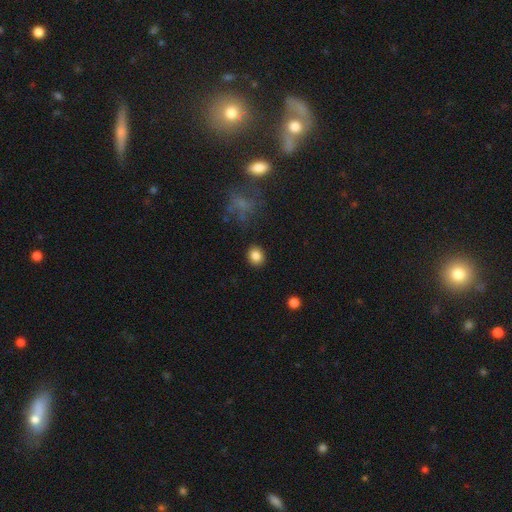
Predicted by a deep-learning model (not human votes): Smooth or featured? Predicted: smooth (p=0.85). How rounded? Predicted: round (p=0.72). Merging? Predicted: none (p=0.89).